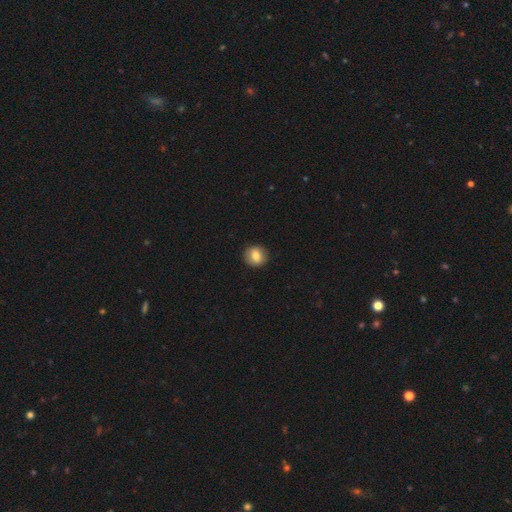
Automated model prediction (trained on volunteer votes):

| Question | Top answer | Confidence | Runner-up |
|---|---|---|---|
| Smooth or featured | smooth | 80% | featured or disk (11%) |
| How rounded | round | 87% | in between (12%) |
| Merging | none | 90% | minor disturbance (7%) |